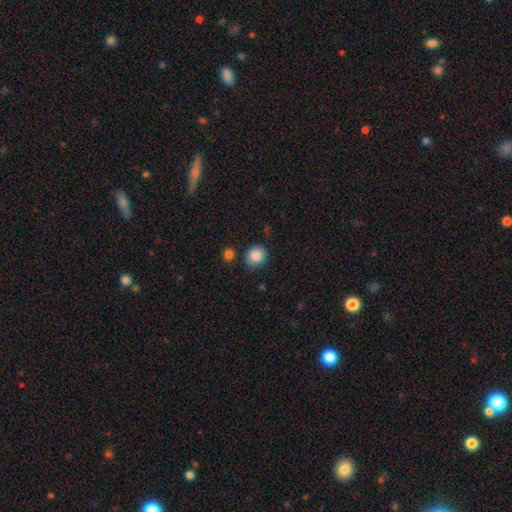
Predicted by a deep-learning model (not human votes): smooth_or_featured: smooth (p=0.87) [alt: star or artifact p=0.09]
how_rounded: round (p=0.76) [alt: in between p=0.23]
merging: none (p=0.80) [alt: minor disturbance p=0.13]